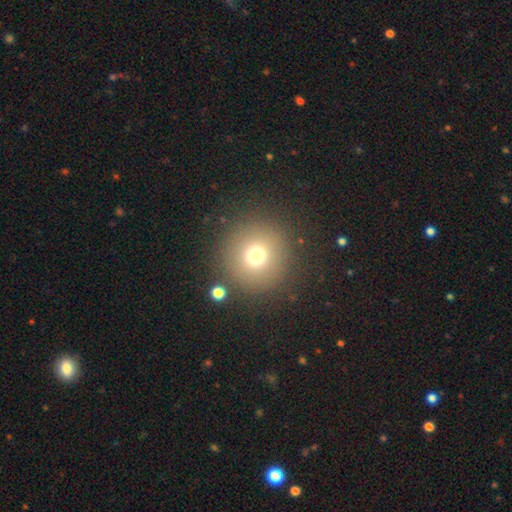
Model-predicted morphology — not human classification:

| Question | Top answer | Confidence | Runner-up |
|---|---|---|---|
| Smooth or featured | smooth | 73% | star or artifact (17%) |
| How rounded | round | 95% | in between (4%) |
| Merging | none | 87% | minor disturbance (7%) |